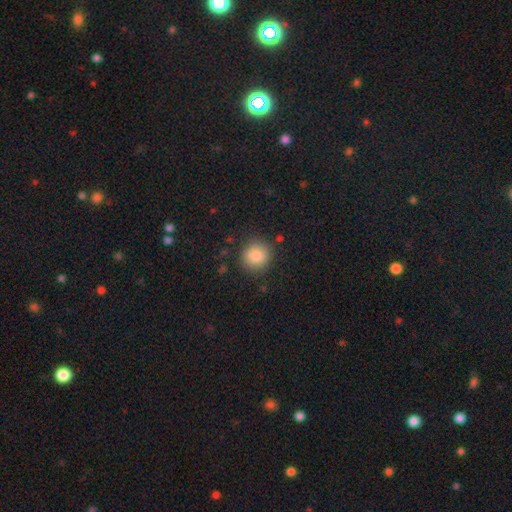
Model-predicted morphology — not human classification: A smooth galaxy with no disk features (86%) that is round (90%).

Vote fractions:
- Smooth or featured? smooth: 86% / star or artifact: 9% / featured or disk: 5%
- How rounded? round: 90% / in between: 9% / cigar-shaped: 1%
- Merging? none: 86% / minor disturbance: 9% / major disturbance: 3% / merger: 2%